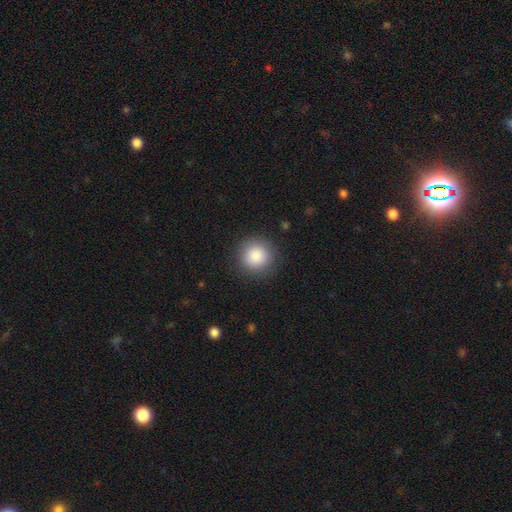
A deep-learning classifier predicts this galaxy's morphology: smooth 86%, star or artifact 9%, featured or disk 5%. Down the decision tree: how rounded — round (94%); merging — none (90%).